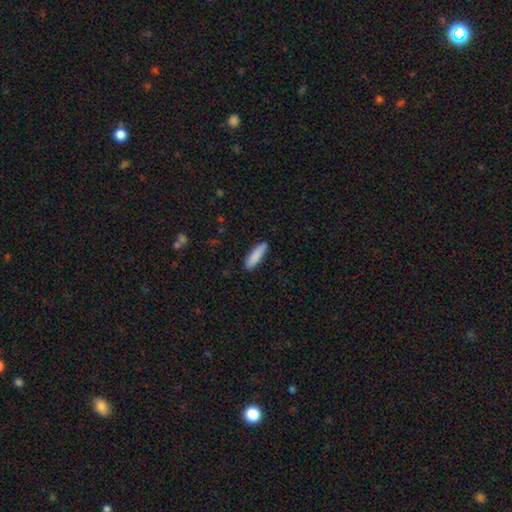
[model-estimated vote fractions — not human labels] smooth-or-featured: smooth: 88% | featured or disk: 6% | star or artifact: 6%
  how-rounded: cigar-shaped: 68% | in between: 31% | round: 1%
  merging: none: 87% | minor disturbance: 10% | major disturbance: 2% | merger: 1%